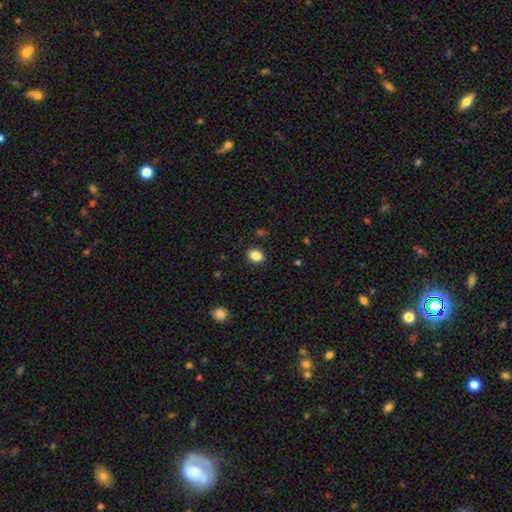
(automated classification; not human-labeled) This appears to be a smooth galaxy with no disk features (86%) that is in between round and cigar-shaped (59%). Merging: none (89%).